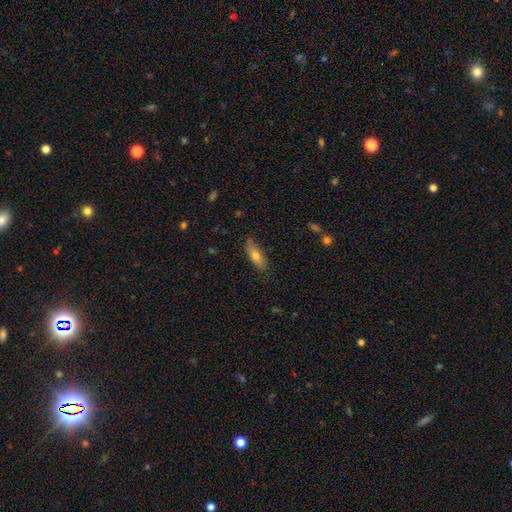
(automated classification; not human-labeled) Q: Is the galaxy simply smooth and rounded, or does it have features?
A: smooth — 71%.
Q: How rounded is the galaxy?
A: in between — 61%.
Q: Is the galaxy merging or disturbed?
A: none — 80%.